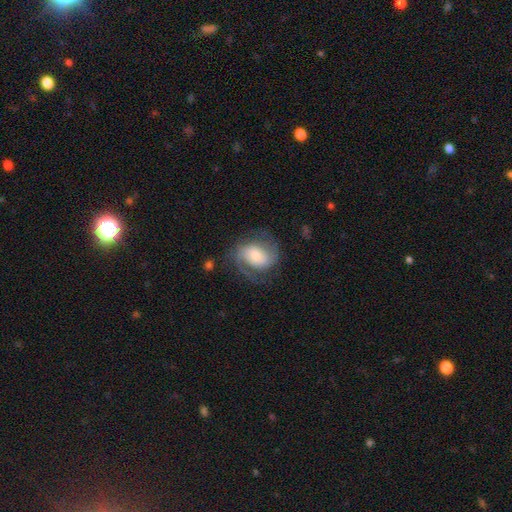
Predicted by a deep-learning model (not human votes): This is likely a featured or disk galaxy (72%). It is clearly not viewed edge-on (97%). Bar: possibly no (46%). Spiral arm pattern: clearly yes (93%). Spiral arm count: clearly 2 (84%). Spiral winding: possibly medium (48%). Central bulge: marginally moderate (40%). Merging: likely none (67%).